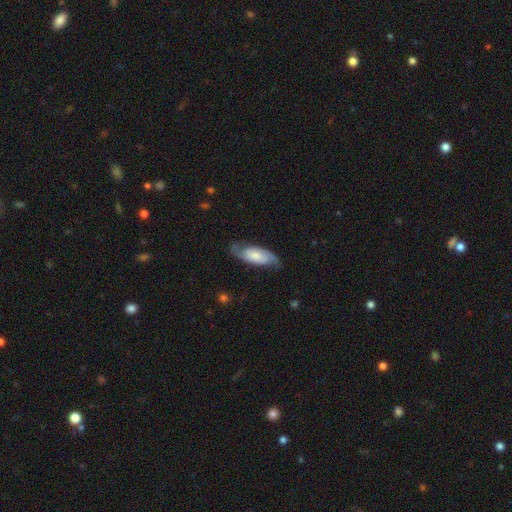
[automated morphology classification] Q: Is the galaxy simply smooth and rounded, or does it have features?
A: featured or disk — 54%.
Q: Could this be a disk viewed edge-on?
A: no — 87%.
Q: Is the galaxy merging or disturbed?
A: none — 66%.